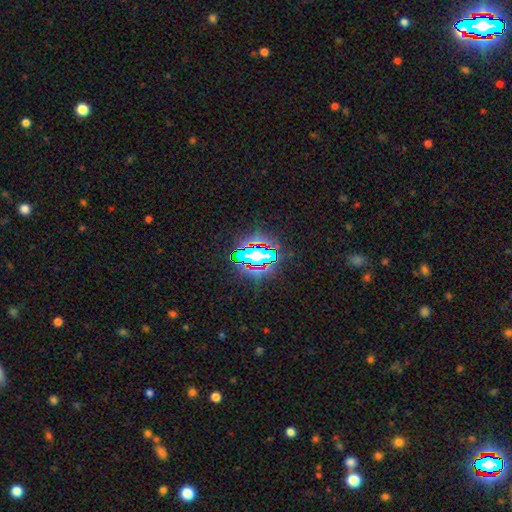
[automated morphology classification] Smooth or featured? Predicted: star or artifact (p=0.68).